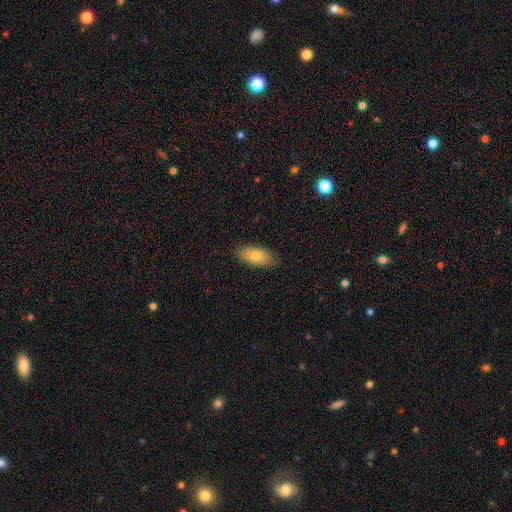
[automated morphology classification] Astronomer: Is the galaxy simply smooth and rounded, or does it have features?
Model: smooth — 76%.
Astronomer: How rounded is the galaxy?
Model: in between — 89%.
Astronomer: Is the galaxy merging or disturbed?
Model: none — 86%.